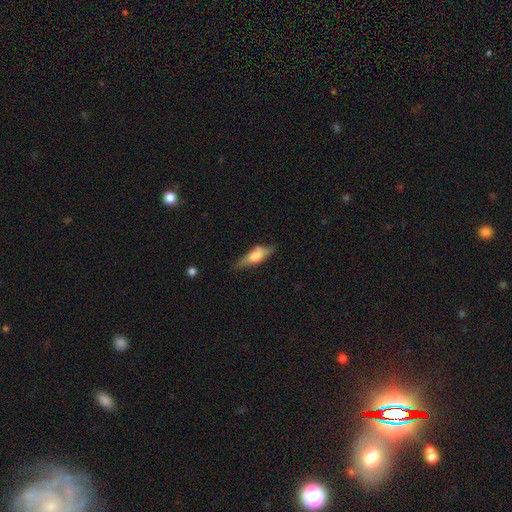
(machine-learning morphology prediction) smooth 58%, featured or disk 35%, star or artifact 7%. Down the decision tree: how rounded — in between (54%); merging — none (61%).